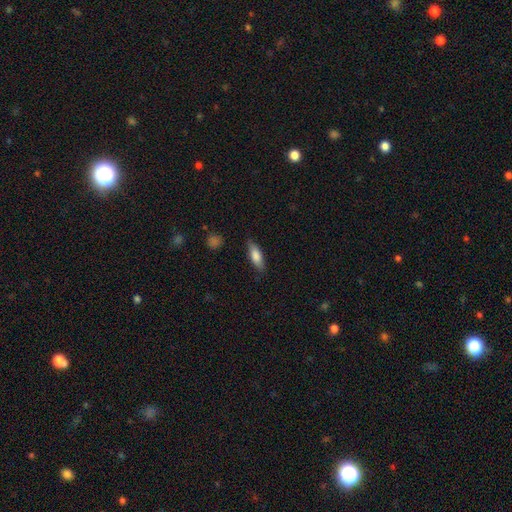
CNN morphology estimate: This is likely a smooth galaxy (77%). How rounded: possibly in between (57%). Merging: clearly none (83%).